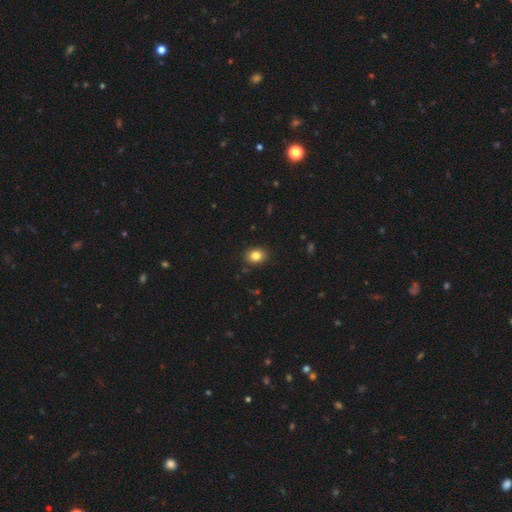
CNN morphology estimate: smooth_or_featured: smooth (p=0.83) [alt: star or artifact p=0.11]
how_rounded: round (p=0.53) [alt: in between p=0.46]
merging: none (p=0.89) [alt: minor disturbance p=0.08]